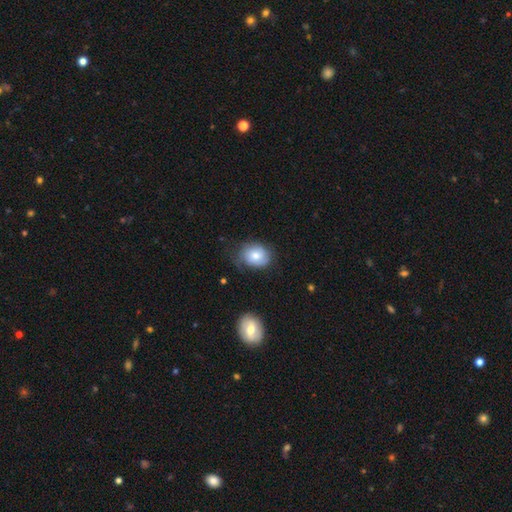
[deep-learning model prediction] smooth_or_featured: smooth (p=0.70) [alt: featured or disk p=0.22]
how_rounded: in between (p=0.50) [alt: round p=0.49]
merging: none (p=0.59) [alt: minor disturbance p=0.29]